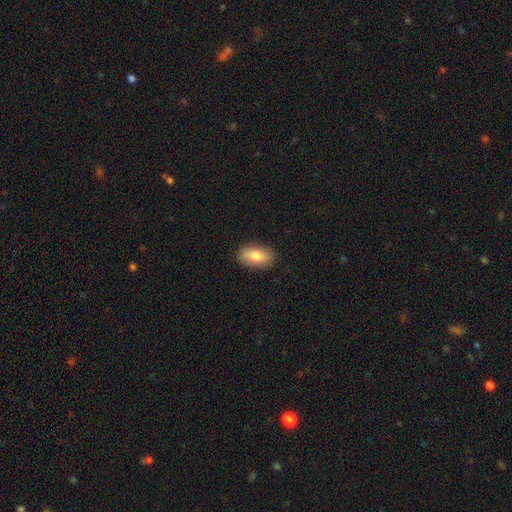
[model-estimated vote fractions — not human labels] Smooth or featured: smooth — 81% (featured or disk — 13%)
How rounded: in between — 92% (round — 5%)
Merging: none — 89% (minor disturbance — 9%)